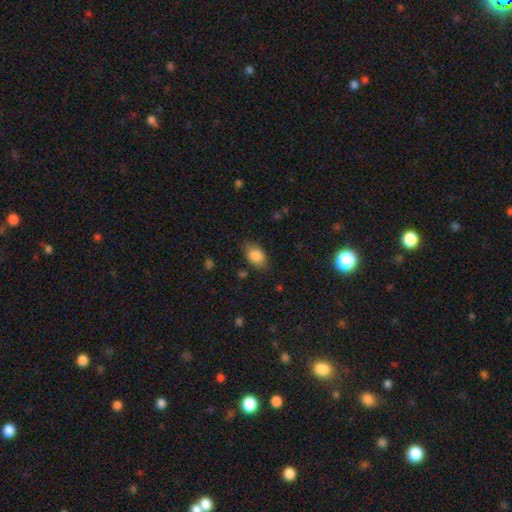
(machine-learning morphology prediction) Smooth or featured? Predicted: smooth (p=0.85). How rounded? Predicted: in between (p=0.84). Merging? Predicted: none (p=0.76).